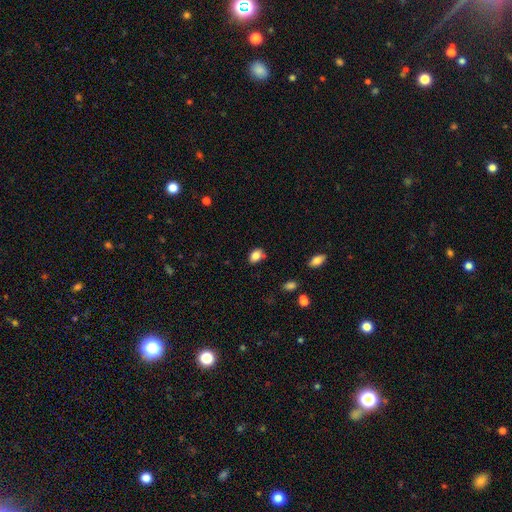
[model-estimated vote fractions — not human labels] A smooth galaxy with no disk features (84%) that is in between round and cigar-shaped (81%).

Vote fractions:
- Smooth or featured? smooth: 84% / star or artifact: 9% / featured or disk: 7%
- How rounded? in between: 81% / round: 18% / cigar-shaped: 1%
- Merging? none: 74% / minor disturbance: 18% / merger: 4% / major disturbance: 4%